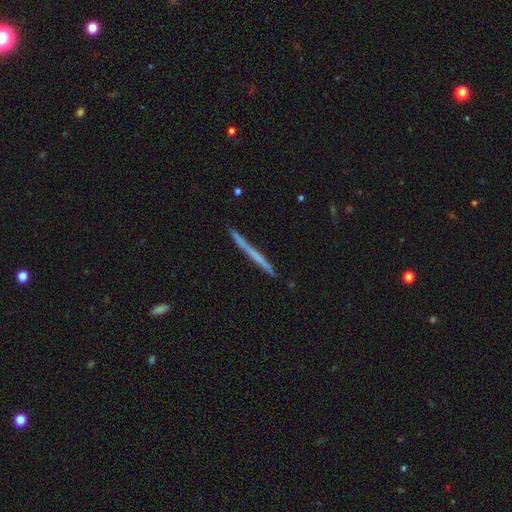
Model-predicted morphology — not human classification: This appears to be a smooth galaxy with no disk features (47%, tied with featured or disk). Merging: none (90%).